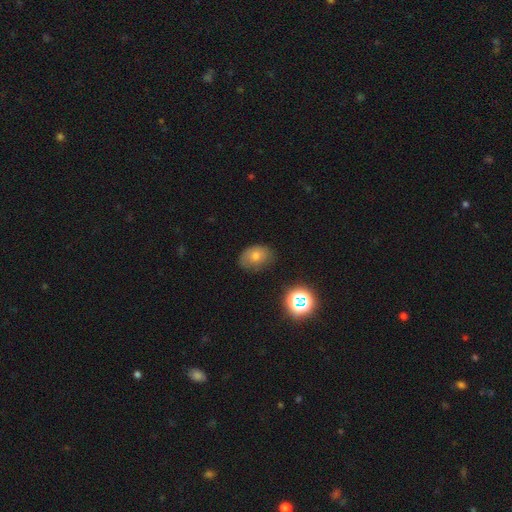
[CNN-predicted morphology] Q: Smooth or featured?
A: smooth (68%); runner-up: featured or disk (18%)
Q: How rounded?
A: in between (72%); runner-up: round (27%)
Q: Merging?
A: none (67%); runner-up: minor disturbance (25%)